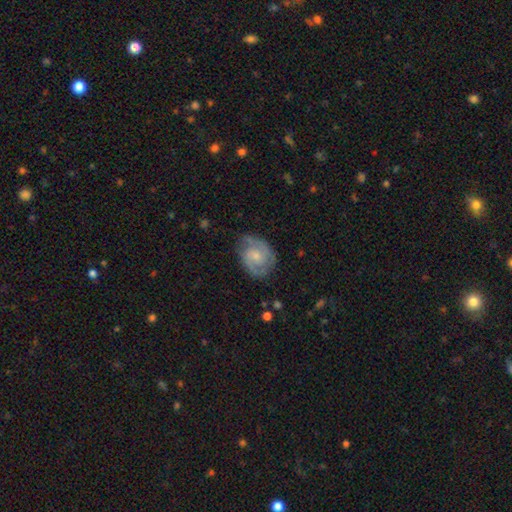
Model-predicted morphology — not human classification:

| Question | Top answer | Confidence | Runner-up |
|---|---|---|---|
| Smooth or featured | featured or disk | 78% | smooth (16%) |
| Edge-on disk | no | 98% | yes (2%) |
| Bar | no | 55% | weak (40%) |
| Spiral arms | yes | 95% | no (5%) |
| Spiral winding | medium | 46% | tight (42%) |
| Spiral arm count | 2 | 79% | can't tell (9%) |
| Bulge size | small | 56% | moderate (33%) |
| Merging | none | 74% | minor disturbance (19%) |